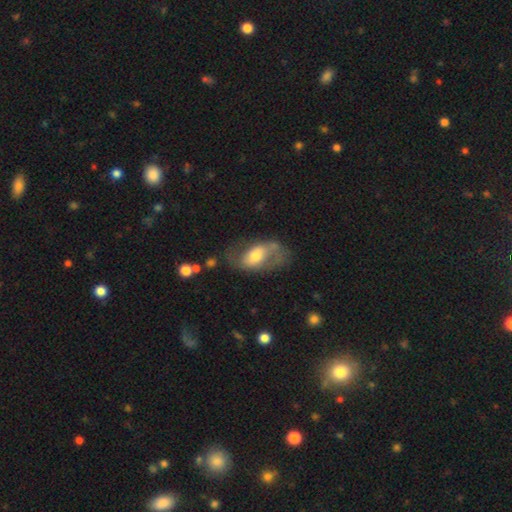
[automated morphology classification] Q: Smooth or featured?
A: featured or disk (60%); runner-up: smooth (34%)
Q: Edge-on disk?
A: no (93%); runner-up: yes (7%)
Q: Bar?
A: no (45%); runner-up: weak (36%)
Q: Spiral arms?
A: yes (72%); runner-up: no (28%)
Q: Bulge size?
A: moderate (58%); runner-up: small (21%)
Q: Merging?
A: none (50%); runner-up: minor disturbance (23%)